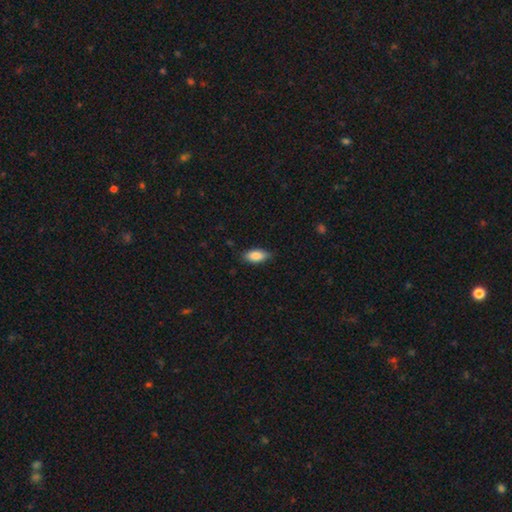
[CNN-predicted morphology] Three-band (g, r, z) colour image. It shows a smooth galaxy with no disk features (86%) that is in between round and cigar-shaped (88%). Merging: none (81%).